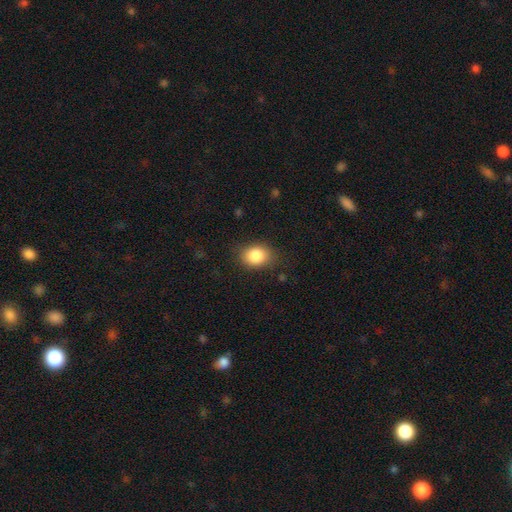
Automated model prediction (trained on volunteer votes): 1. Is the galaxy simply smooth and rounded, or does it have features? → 86% smooth, 9% star or artifact, 6% featured or disk.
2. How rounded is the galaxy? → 61% in between, 38% round, 1% cigar-shaped.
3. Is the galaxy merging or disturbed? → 80% none, 15% minor disturbance, 4% major disturbance, 1% merger.